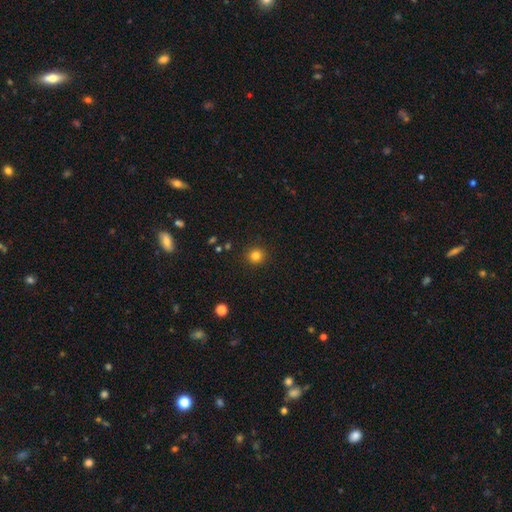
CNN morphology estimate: This appears to be a smooth galaxy with no disk features (81%) that is round (93%). Merging: none (92%).